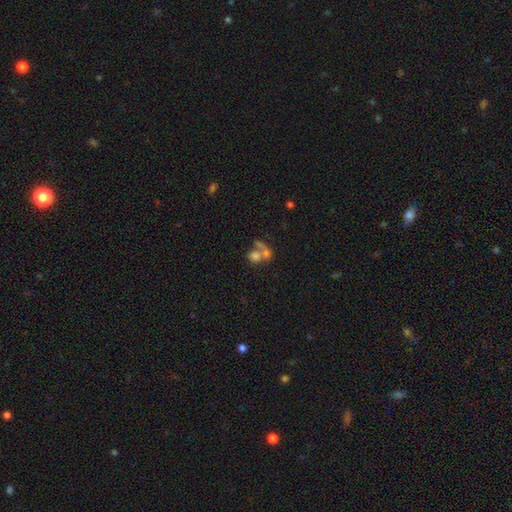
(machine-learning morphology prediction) smooth_or_featured: smooth (p=0.64) [alt: featured or disk p=0.23]
how_rounded: round (p=0.58) [alt: in between p=0.40]
merging: merger (p=0.61) [alt: none p=0.24]